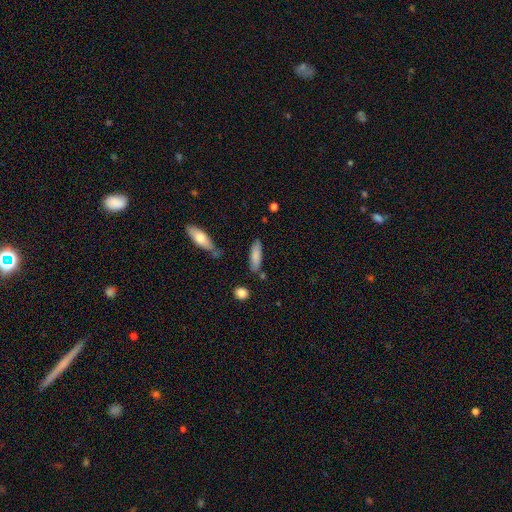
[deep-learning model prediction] Smooth or featured: smooth — 81% (featured or disk — 13%)
How rounded: cigar-shaped — 50% (in between — 48%)
Merging: none — 74% (minor disturbance — 16%)